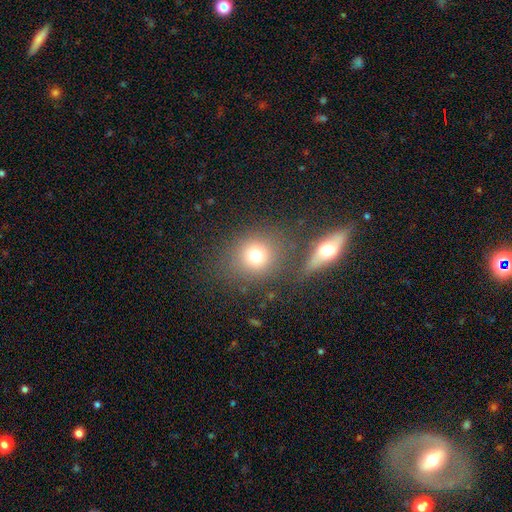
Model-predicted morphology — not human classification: The model was most divided on "merging": none: 69%, merger: 15%, minor disturbance: 10%, major disturbance: 6%. More confident: how rounded — round (79%); smooth or featured — smooth (75%).